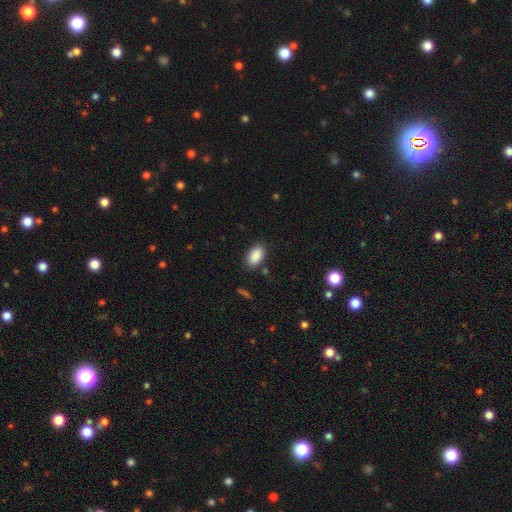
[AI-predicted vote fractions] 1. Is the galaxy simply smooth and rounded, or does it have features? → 89% smooth, 7% star or artifact, 3% featured or disk.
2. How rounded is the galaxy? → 91% in between, 7% round, 2% cigar-shaped.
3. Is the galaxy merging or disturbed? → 84% none, 11% minor disturbance, 3% major disturbance, 2% merger.